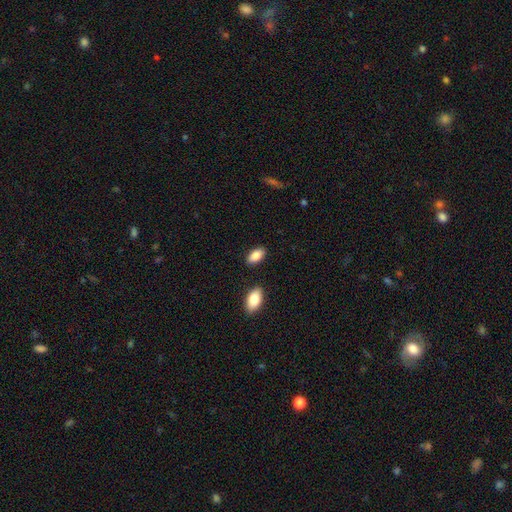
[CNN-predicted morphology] smooth-or-featured: smooth: 86% | featured or disk: 7% | star or artifact: 7%
  how-rounded: in between: 93% | round: 3% | cigar-shaped: 3%
  merging: none: 86% | minor disturbance: 9% | merger: 3% | major disturbance: 2%